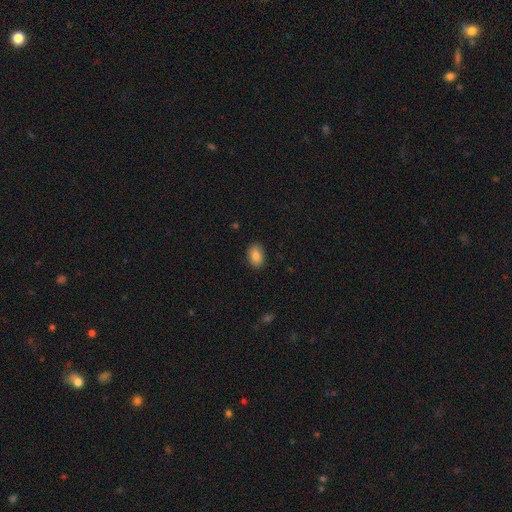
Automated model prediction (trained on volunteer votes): This is clearly a smooth galaxy (86%). How rounded: clearly in between (83%). Merging: clearly none (87%).